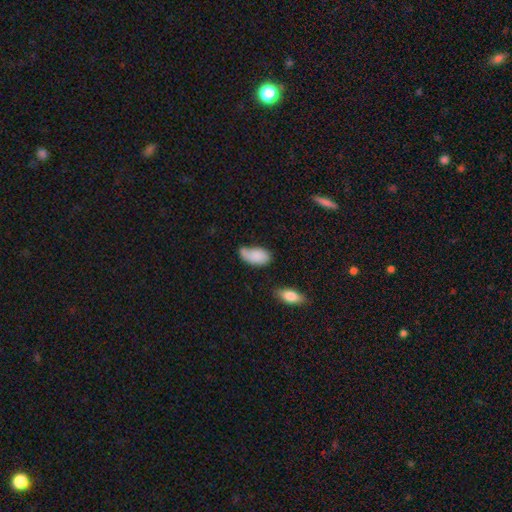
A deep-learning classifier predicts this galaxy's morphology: smooth 81%, featured or disk 12%, star or artifact 7%. Down the decision tree: how rounded — in between (93%); merging — none (42%).